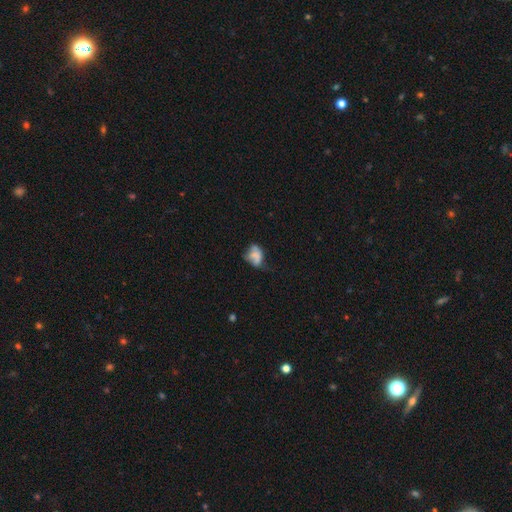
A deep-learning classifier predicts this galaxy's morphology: A smooth galaxy with no disk features (56%) that is in between round and cigar-shaped (74%). Merging: minor disturbance (32%).